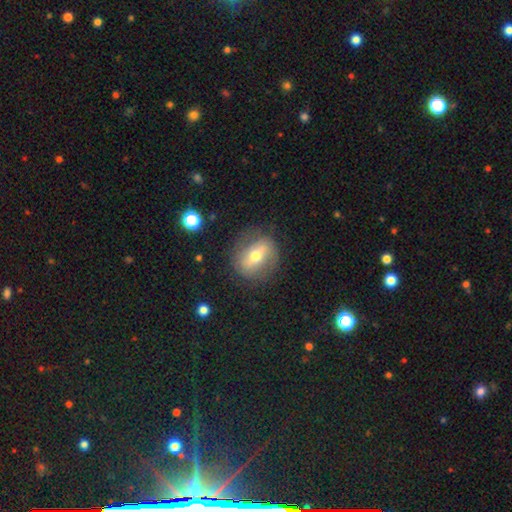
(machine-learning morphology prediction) Smooth or featured? featured or disk (52%)
Edge-on disk? no (88%)
Merging? none (78%)